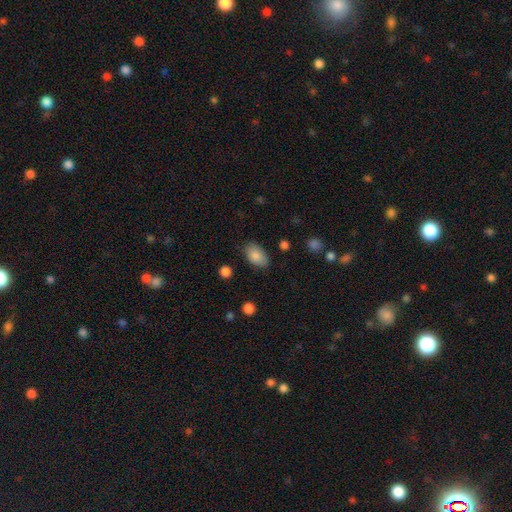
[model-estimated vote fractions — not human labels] smooth_or_featured: smooth (p=0.85) [alt: featured or disk p=0.07]
how_rounded: in between (p=0.92) [alt: round p=0.06]
merging: none (p=0.81) [alt: minor disturbance p=0.14]